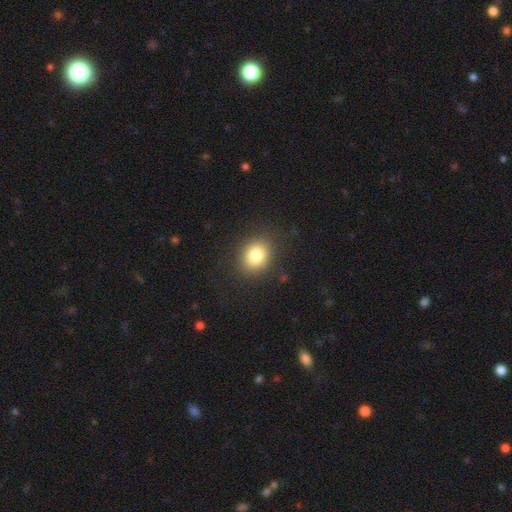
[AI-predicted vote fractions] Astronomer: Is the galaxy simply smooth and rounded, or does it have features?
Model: smooth — 81%.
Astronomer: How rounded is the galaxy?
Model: round — 56% (runner-up: in between, 43%).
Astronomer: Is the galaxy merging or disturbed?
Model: none — 85%.